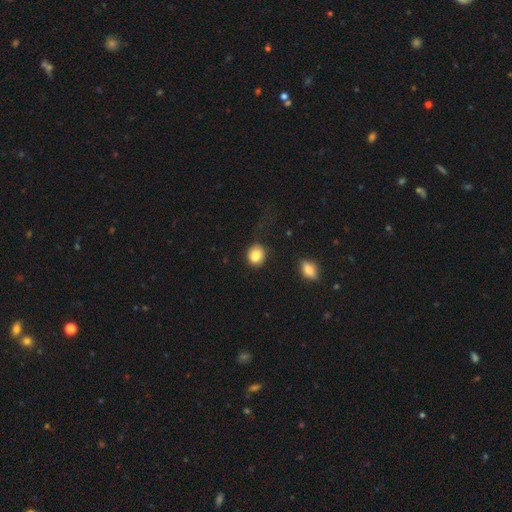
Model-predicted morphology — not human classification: smooth_or_featured: smooth (p=0.85) [alt: star or artifact p=0.08]
how_rounded: round (p=0.68) [alt: in between p=0.31]
merging: none (p=0.76) [alt: minor disturbance p=0.15]